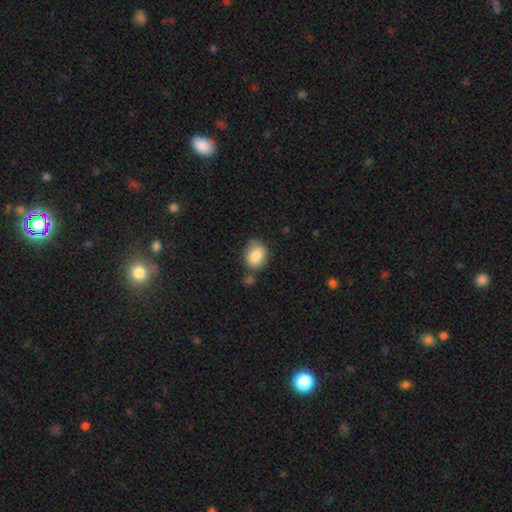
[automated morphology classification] This appears to be a smooth galaxy with no disk features (84%) that is round (52%). Merging: none (61%).